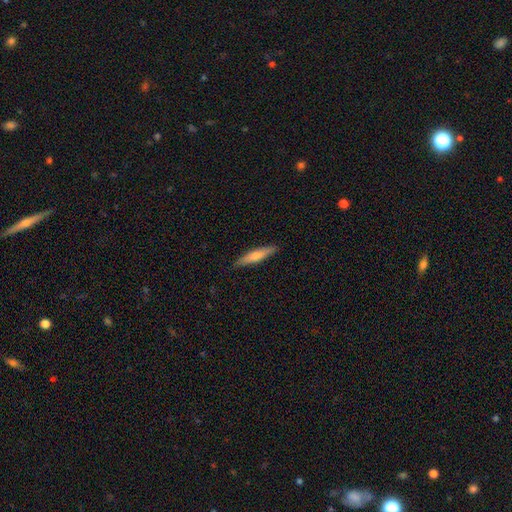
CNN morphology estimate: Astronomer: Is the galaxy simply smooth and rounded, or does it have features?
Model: smooth — 49% (runner-up: featured or disk, 45%).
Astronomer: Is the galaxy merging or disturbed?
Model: none — 90%.